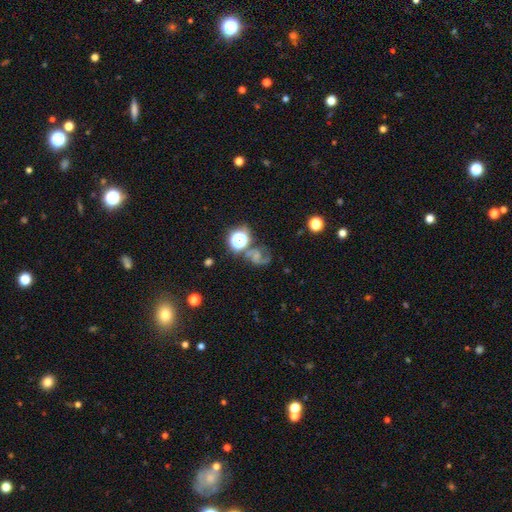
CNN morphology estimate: featured or disk 53%, smooth 24%, star or artifact 22%. Down the decision tree: edge-on disk — no (97%); bar — no (53%); spiral arms — yes (88%); bulge size — none (34%); merging — none (51%).